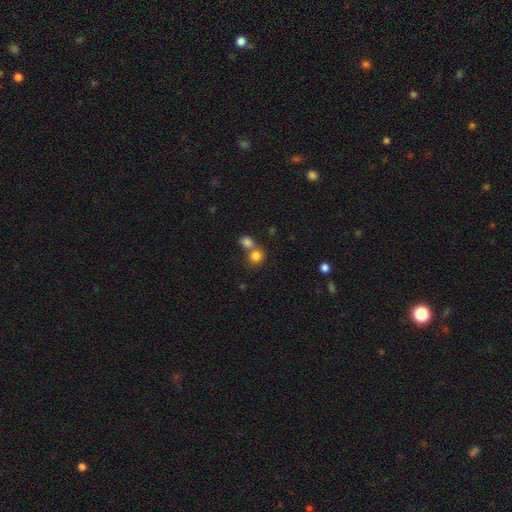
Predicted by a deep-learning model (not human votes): A smooth galaxy with no disk features (82%) that is round (77%).

Vote fractions:
- Smooth or featured? smooth: 82% / star or artifact: 11% / featured or disk: 7%
- How rounded? round: 77% / in between: 22% / cigar-shaped: 1%
- Merging? none: 46% / merger: 44% / minor disturbance: 7% / major disturbance: 3%